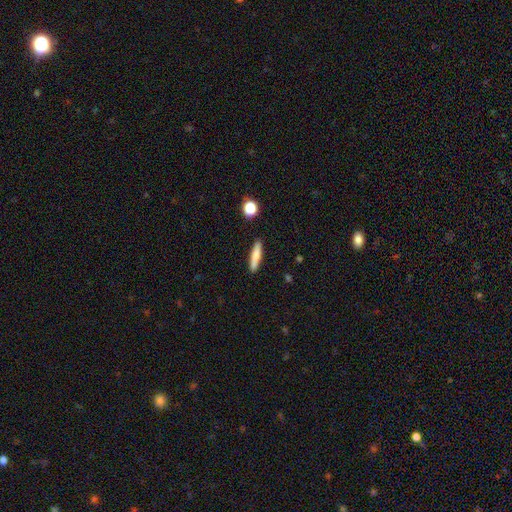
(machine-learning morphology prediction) Q: Smooth or featured?
A: smooth (74%); runner-up: featured or disk (19%)
Q: How rounded?
A: cigar-shaped (84%); runner-up: in between (14%)
Q: Merging?
A: none (89%); runner-up: minor disturbance (7%)